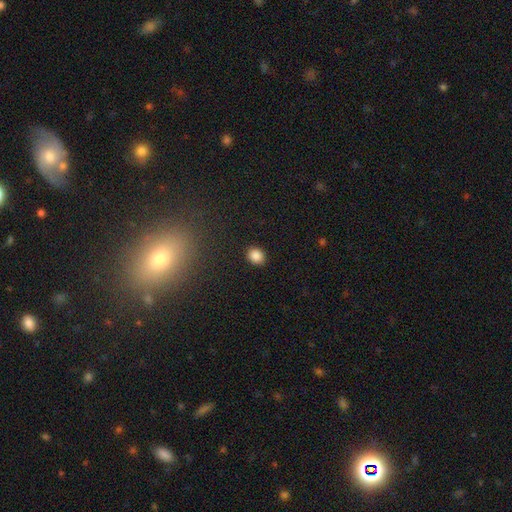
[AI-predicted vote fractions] Overall: smooth (87%). How rounded: round (58%; in between 41%). Merging: none (90%).